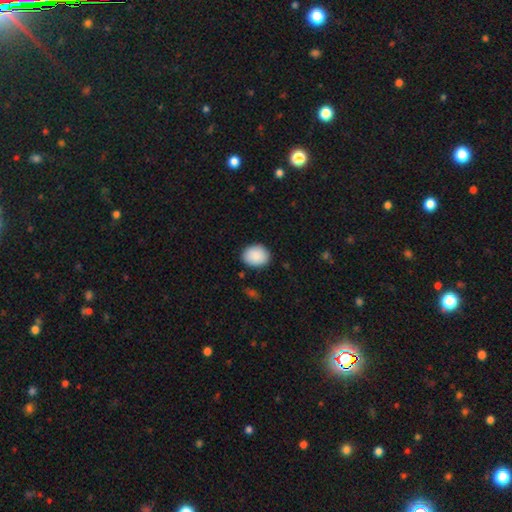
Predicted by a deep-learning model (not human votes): The model was most divided on "how rounded": in between: 51%, round: 49%, cigar-shaped: 1%. More confident: smooth or featured — smooth (90%); merging — none (87%).